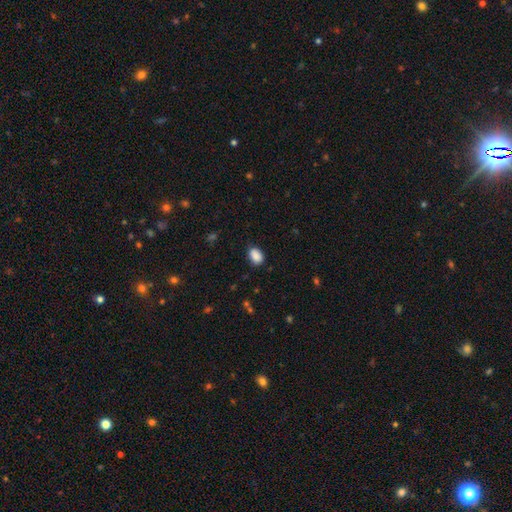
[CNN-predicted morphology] Smooth or featured? smooth (88%)
How rounded? in between (78%)
Merging? none (78%)